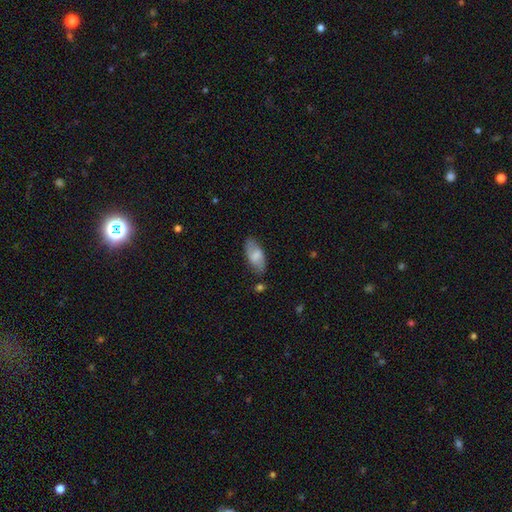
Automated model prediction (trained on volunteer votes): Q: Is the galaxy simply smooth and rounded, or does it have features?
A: smooth — 64%.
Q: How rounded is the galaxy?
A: in between — 90%.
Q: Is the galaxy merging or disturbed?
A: none — 77%.